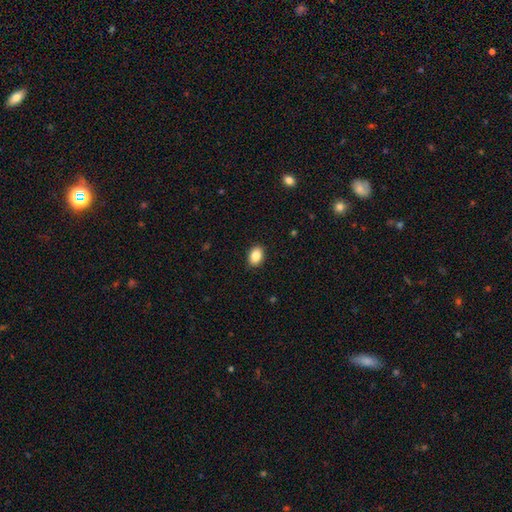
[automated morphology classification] A smooth galaxy with no disk features (87%) that is in between round and cigar-shaped (80%). Merging: none (90%).